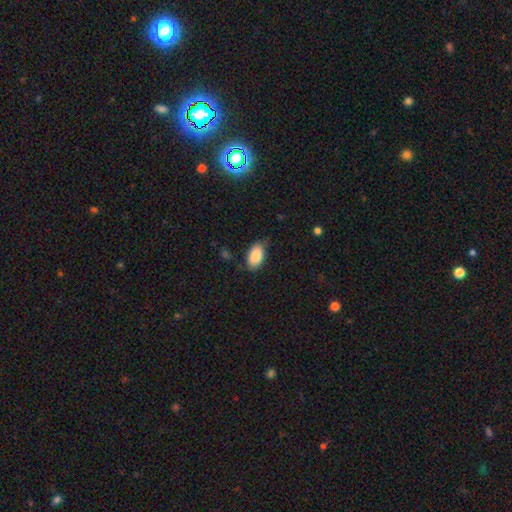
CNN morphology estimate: A smooth galaxy with no disk features (87%) that is in between round and cigar-shaped (94%).

Vote fractions:
- Smooth or featured? smooth: 87% / featured or disk: 7% / star or artifact: 6%
- How rounded? in between: 94% / round: 4% / cigar-shaped: 2%
- Merging? none: 71% / minor disturbance: 23% / major disturbance: 4% / merger: 2%